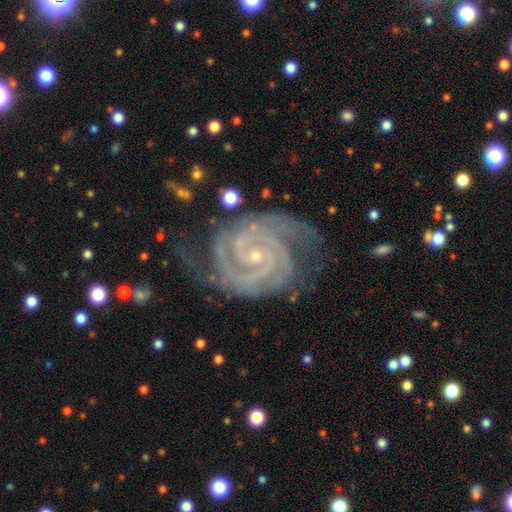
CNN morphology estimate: A featured or disk galaxy (94%) with no bar (61%), 2 (52%) tight (79%) spiral arms (99%) and a small central bulge (83%).

Vote fractions:
- Smooth or featured? featured or disk: 94% / star or artifact: 4% / smooth: 2%
- Edge-on disk? no: 98% / yes: 2%
- Bar? no: 61% / weak: 27% / strong: 12%
- Spiral arms? yes: 99% / no: 1%
- Spiral winding? tight: 79% / medium: 19% / loose: 2%
- Spiral arm count? 2: 52% / 3: 22% / 4: 9% / can't tell: 7% / more than 4: 5% / 1: 5%
- Bulge size? small: 83% / moderate: 14% / none: 2% / large: 1% / dominant: 1%
- Merging? none: 68% / minor disturbance: 21% / major disturbance: 9% / merger: 2%